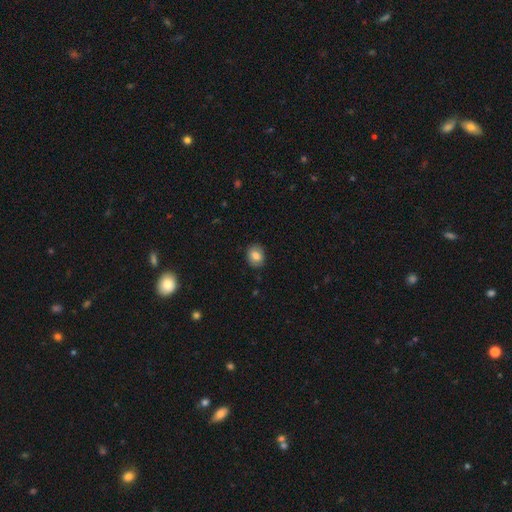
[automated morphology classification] Overall: smooth (82%). How rounded: round (56%; in between 43%). Merging: none (87%).